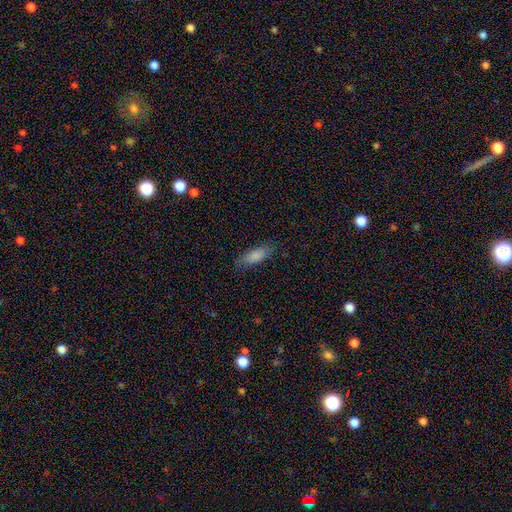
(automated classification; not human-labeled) Smooth or featured?
  - smooth: 84% *
  - featured or disk: 10%
  - star or artifact: 6%
How rounded?
  - in between: 71% *
  - cigar-shaped: 27%
  - round: 2%
Merging?
  - none: 81% *
  - minor disturbance: 15%
  - major disturbance: 3%
  - merger: 1%